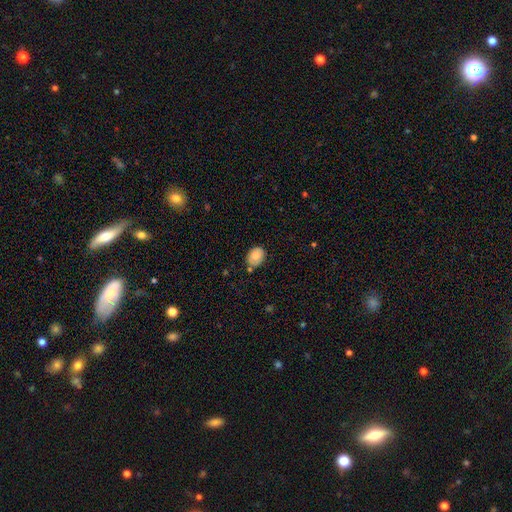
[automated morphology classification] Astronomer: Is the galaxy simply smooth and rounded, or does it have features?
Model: smooth — 77%.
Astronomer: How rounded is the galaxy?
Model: in between — 52% (runner-up: round, 47%).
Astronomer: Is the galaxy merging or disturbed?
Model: none — 77%.